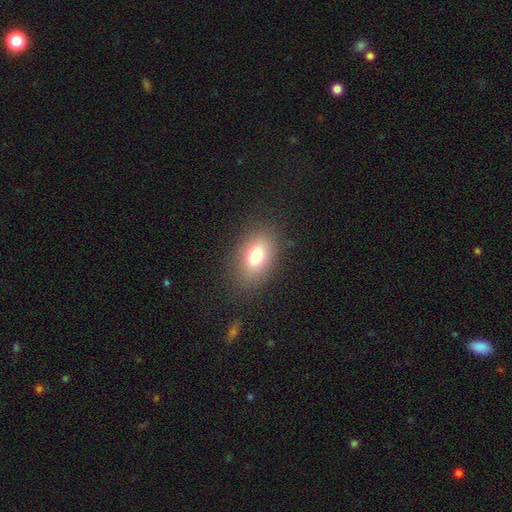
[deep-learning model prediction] The model was most divided on "smooth or featured": smooth: 79%, featured or disk: 12%, star or artifact: 10%. More confident: how rounded — in between (88%); merging — none (82%).